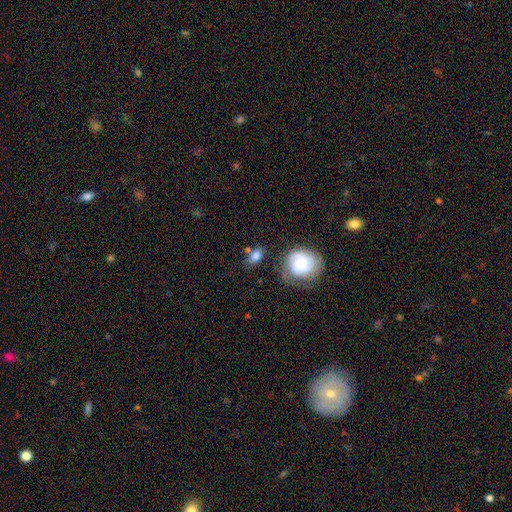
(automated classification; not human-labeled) smooth-or-featured: smooth: 73% | featured or disk: 18% | star or artifact: 9%
  how-rounded: in between: 78% | round: 18% | cigar-shaped: 5%
  merging: none: 61% | minor disturbance: 20% | merger: 12% | major disturbance: 8%